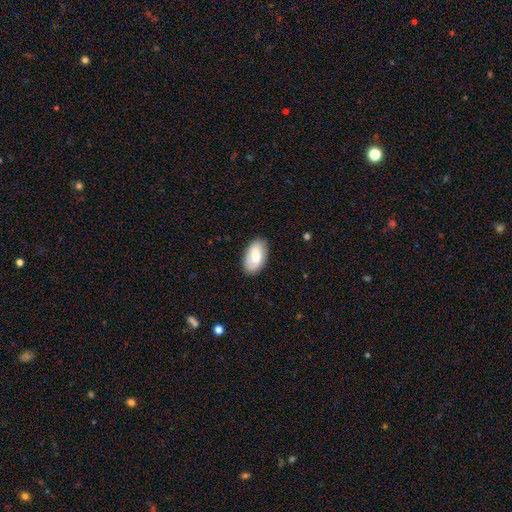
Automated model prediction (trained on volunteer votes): This is likely a smooth galaxy (65%). How rounded: clearly in between (94%). Merging: clearly none (85%).